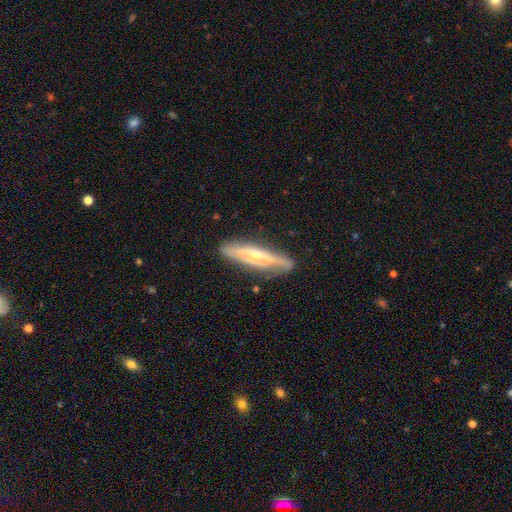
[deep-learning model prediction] smooth_or_featured: featured or disk (p=0.68) [alt: smooth p=0.26]
disk_edge_on: yes (p=0.75) [alt: no p=0.25]
edge_on_bulge: rounded (p=0.77) [alt: none p=0.18]
merging: none (p=0.81) [alt: minor disturbance p=0.14]